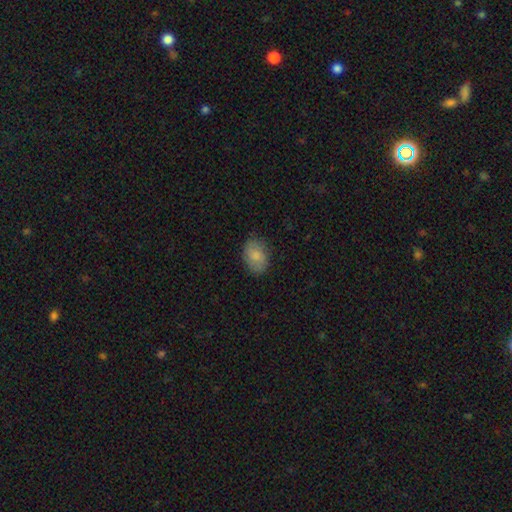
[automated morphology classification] Overall: smooth (83%). How rounded: in between (81%). Merging: none (81%).